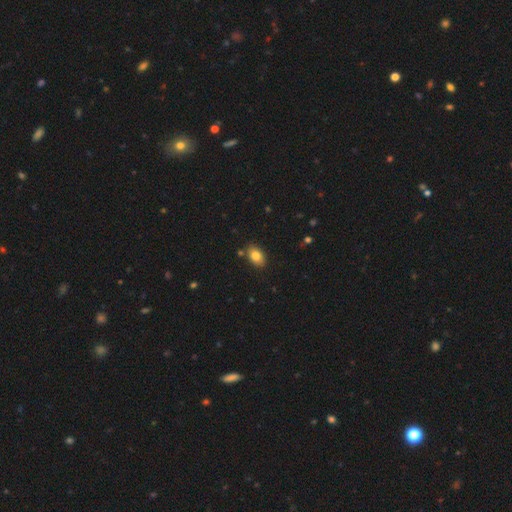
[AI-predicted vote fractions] Smooth or featured?
  - smooth: 82% *
  - featured or disk: 9%
  - star or artifact: 8%
How rounded?
  - in between: 87% *
  - round: 12%
  - cigar-shaped: 1%
Merging?
  - none: 82% *
  - minor disturbance: 11%
  - merger: 4%
  - major disturbance: 2%